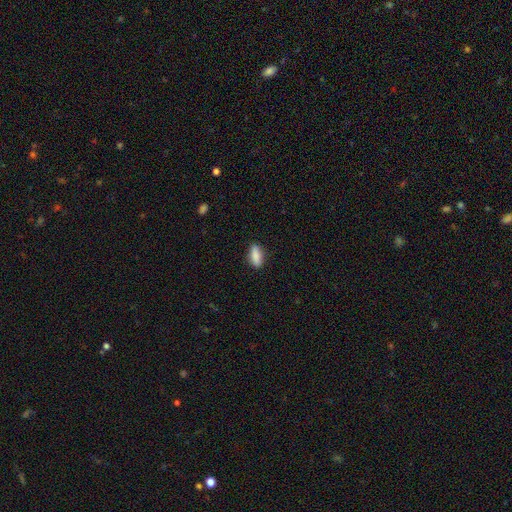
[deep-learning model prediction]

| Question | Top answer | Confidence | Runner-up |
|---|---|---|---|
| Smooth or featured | smooth | 85% | featured or disk (8%) |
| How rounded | in between | 73% | cigar-shaped (24%) |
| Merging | none | 86% | minor disturbance (10%) |